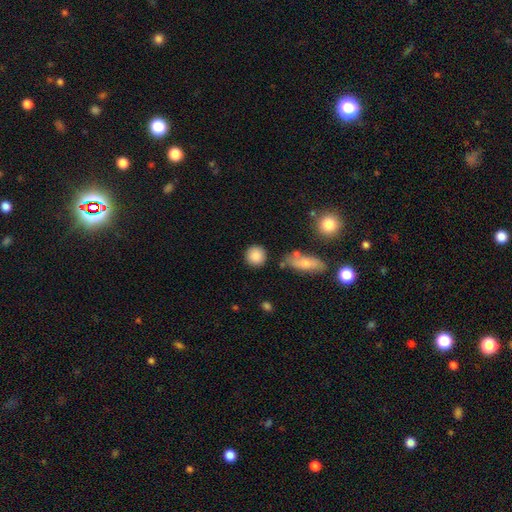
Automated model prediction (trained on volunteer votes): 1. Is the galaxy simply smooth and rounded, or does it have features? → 86% smooth, 8% star or artifact, 6% featured or disk.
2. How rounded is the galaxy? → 88% round, 10% in between, 2% cigar-shaped.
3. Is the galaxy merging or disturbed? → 84% none, 9% minor disturbance, 4% merger, 3% major disturbance.